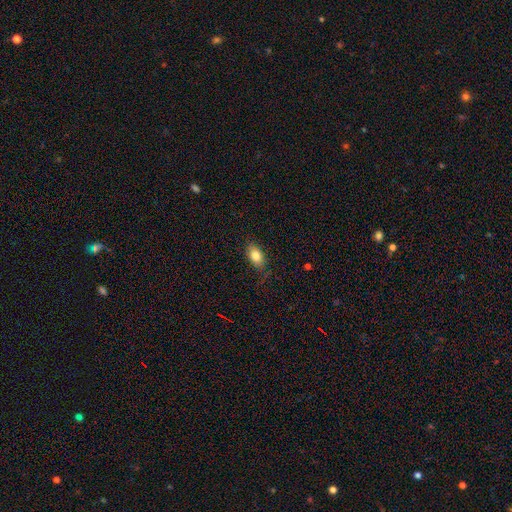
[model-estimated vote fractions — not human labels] Smooth or featured? smooth (82%)
How rounded? in between (87%)
Merging? none (78%)